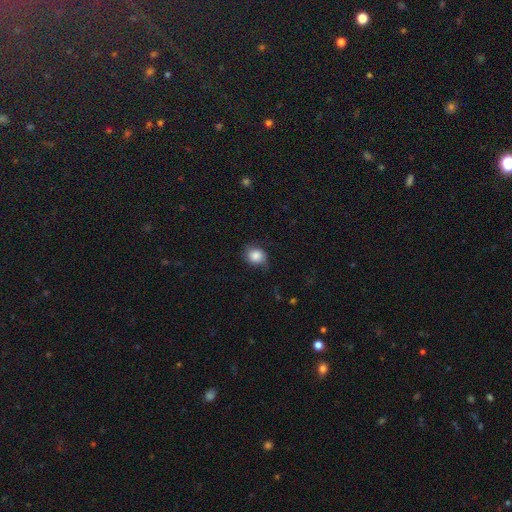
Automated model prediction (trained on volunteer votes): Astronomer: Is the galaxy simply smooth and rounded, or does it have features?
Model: smooth — 80%.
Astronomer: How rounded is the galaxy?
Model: round — 64%.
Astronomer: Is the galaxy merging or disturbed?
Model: none — 66%.